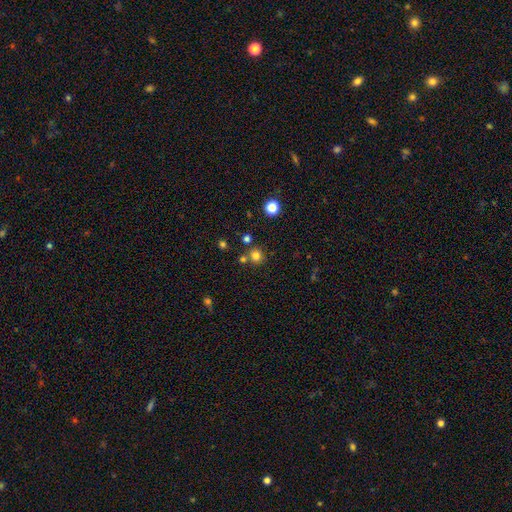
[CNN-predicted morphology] Smooth or featured: smooth — 78% (star or artifact — 16%)
How rounded: round — 91% (in between — 8%)
Merging: none — 73% (merger — 15%)